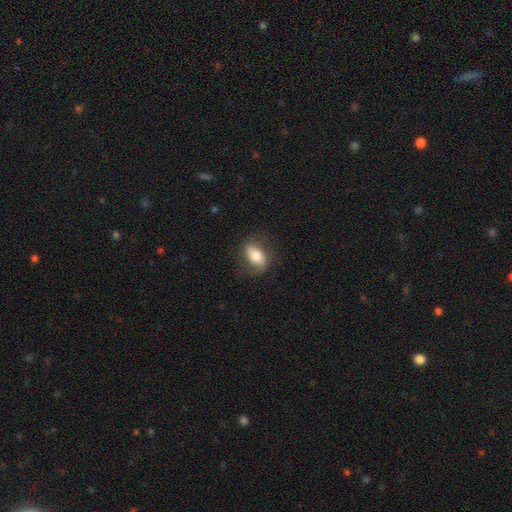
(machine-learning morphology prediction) Q: Smooth or featured?
A: smooth (70%); runner-up: featured or disk (22%)
Q: How rounded?
A: in between (85%); runner-up: round (10%)
Q: Merging?
A: none (74%); runner-up: minor disturbance (18%)